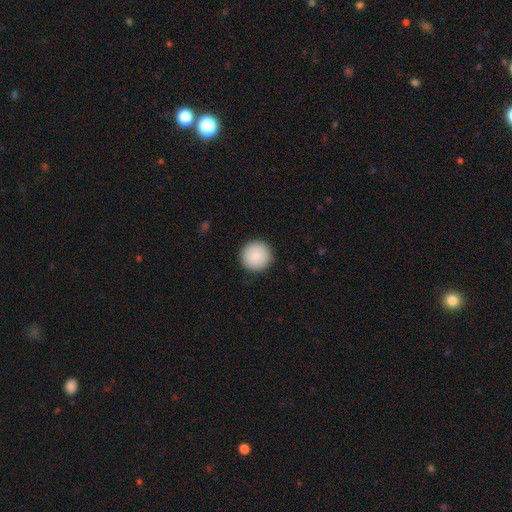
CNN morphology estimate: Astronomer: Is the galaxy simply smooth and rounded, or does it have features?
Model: smooth — 89%.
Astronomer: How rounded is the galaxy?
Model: round — 96%.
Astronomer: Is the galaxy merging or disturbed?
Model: none — 93%.